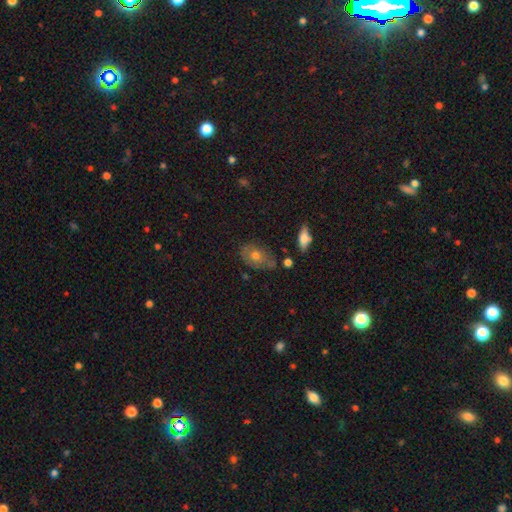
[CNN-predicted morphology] Overall: smooth (48%; featured or disk 40%). Merging: none (67%).